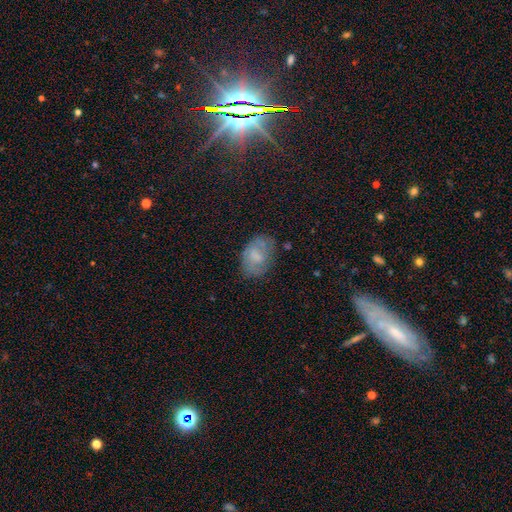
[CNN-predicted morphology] Overall: smooth (59%; featured or disk 31%). How rounded: in between (84%). Merging: none (64%; minor disturbance 24%).